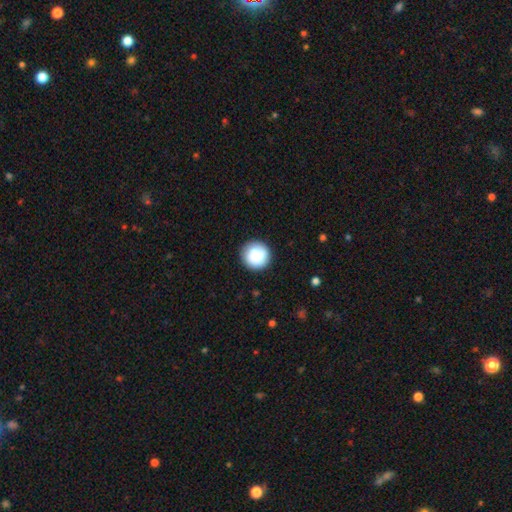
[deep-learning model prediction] A smooth galaxy with no disk features (82%) that is round (95%). Merging: none (87%).